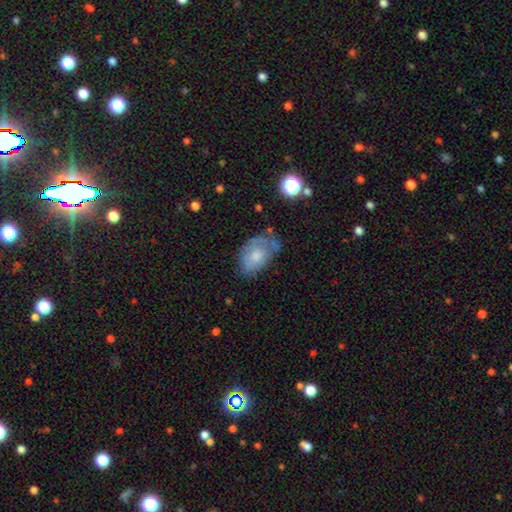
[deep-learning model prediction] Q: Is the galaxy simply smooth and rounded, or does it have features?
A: smooth — 51%.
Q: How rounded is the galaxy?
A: in between — 87%.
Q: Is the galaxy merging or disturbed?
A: none — 43%.